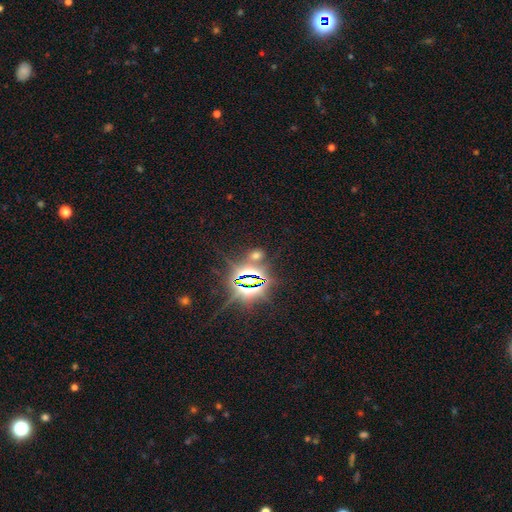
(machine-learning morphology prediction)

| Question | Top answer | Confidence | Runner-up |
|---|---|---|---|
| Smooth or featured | star or artifact | 85% | smooth (9%) |